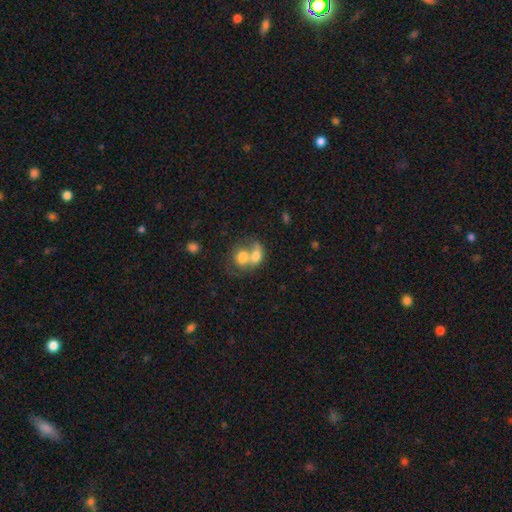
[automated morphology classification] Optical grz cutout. It shows a smooth galaxy with no disk features (66%) that is in between round and cigar-shaped (62%). Merging: merger (77%).